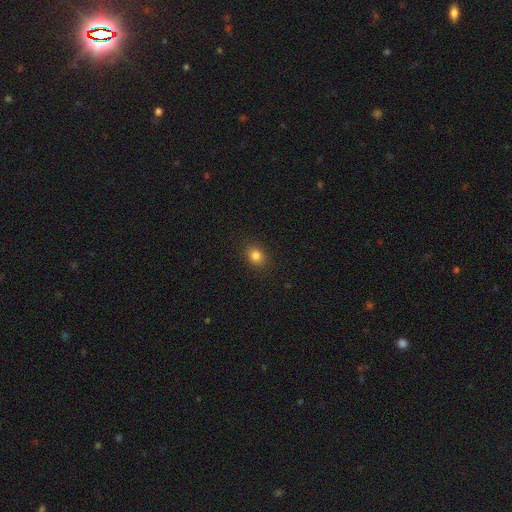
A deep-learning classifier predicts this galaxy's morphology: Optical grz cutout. It shows a smooth galaxy with no disk features (83%) that is in between round and cigar-shaped (51%). Merging: none (88%).